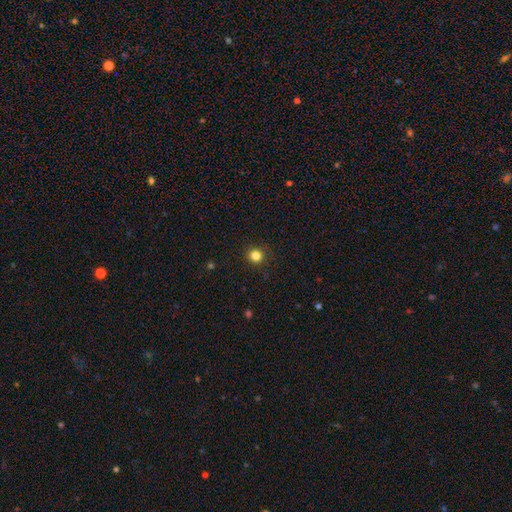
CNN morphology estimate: type=smooth (82%); roundness=round (93%); merging=none (91%).